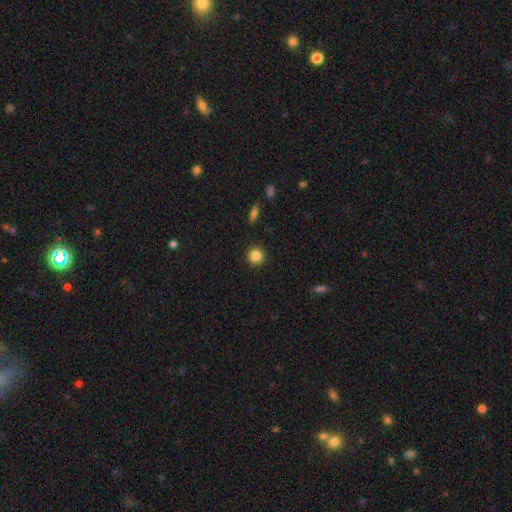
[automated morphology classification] A smooth galaxy with no disk features (85%) that is round (94%).

Vote fractions:
- Smooth or featured? smooth: 85% / star or artifact: 10% / featured or disk: 5%
- How rounded? round: 94% / in between: 5% / cigar-shaped: 1%
- Merging? none: 92% / minor disturbance: 5% / major disturbance: 2% / merger: 1%